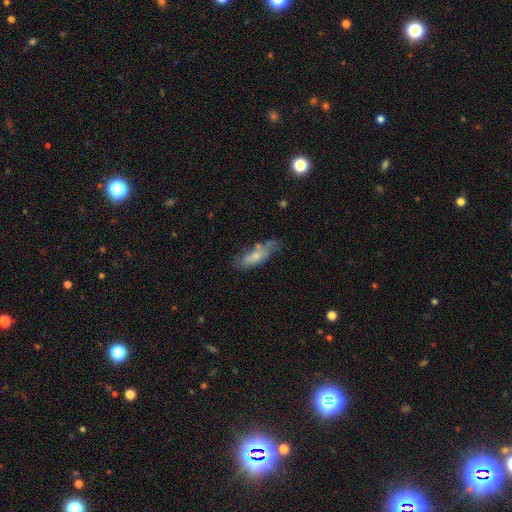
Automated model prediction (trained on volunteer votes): smooth-or-featured: smooth: 64% | featured or disk: 29% | star or artifact: 7%
  how-rounded: in between: 59% | cigar-shaped: 38% | round: 2%
  merging: none: 49% | minor disturbance: 30% | major disturbance: 12% | merger: 9%